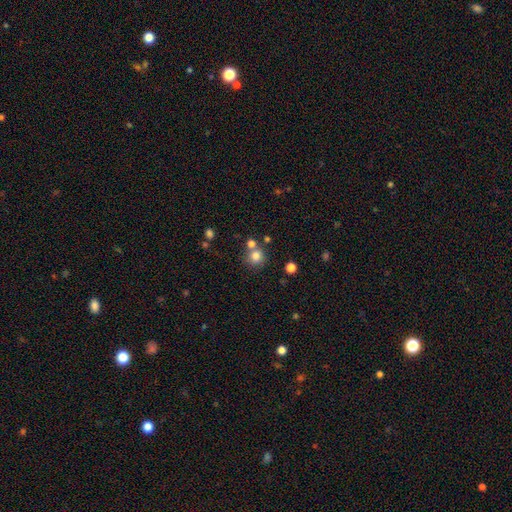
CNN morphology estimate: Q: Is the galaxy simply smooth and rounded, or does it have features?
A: smooth — 80%.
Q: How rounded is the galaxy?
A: round — 90%.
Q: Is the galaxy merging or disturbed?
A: none — 66%.